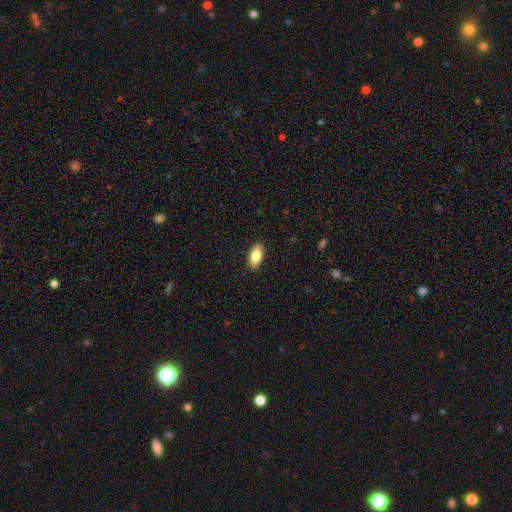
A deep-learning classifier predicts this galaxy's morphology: The model was most divided on "smooth or featured": smooth: 82%, featured or disk: 12%, star or artifact: 6%. More confident: merging — none (89%); how rounded — in between (88%).